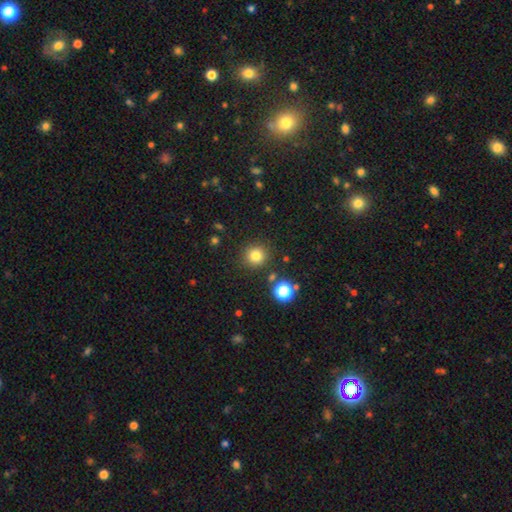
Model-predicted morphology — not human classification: smooth-or-featured: smooth: 79% | star or artifact: 15% | featured or disk: 6%
  how-rounded: round: 93% | in between: 6% | cigar-shaped: 1%
  merging: none: 88% | minor disturbance: 7% | merger: 3% | major disturbance: 3%